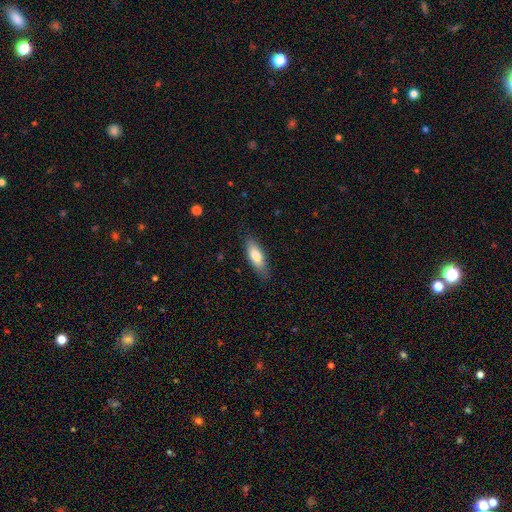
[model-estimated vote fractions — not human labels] Smooth or featured?
  - smooth: 76% *
  - featured or disk: 18%
  - star or artifact: 6%
How rounded?
  - in between: 62% *
  - cigar-shaped: 36%
  - round: 2%
Merging?
  - none: 82% *
  - minor disturbance: 14%
  - major disturbance: 3%
  - merger: 1%